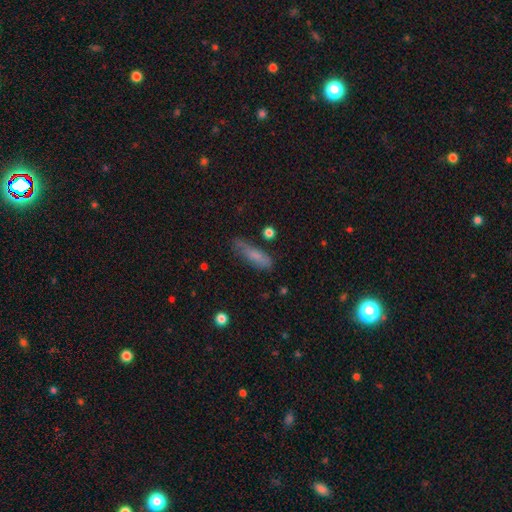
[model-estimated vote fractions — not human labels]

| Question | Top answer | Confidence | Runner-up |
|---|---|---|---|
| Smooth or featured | smooth | 73% | featured or disk (18%) |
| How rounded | cigar-shaped | 61% | in between (37%) |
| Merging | none | 63% | minor disturbance (27%) |